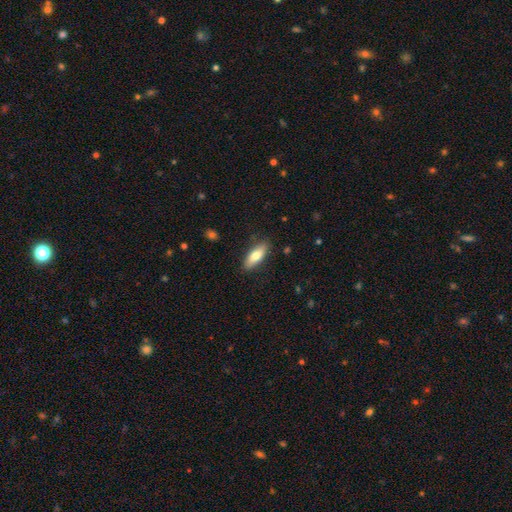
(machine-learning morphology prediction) Q: Smooth or featured?
A: smooth (76%); runner-up: featured or disk (18%)
Q: How rounded?
A: in between (69%); runner-up: cigar-shaped (29%)
Q: Merging?
A: none (86%); runner-up: minor disturbance (11%)